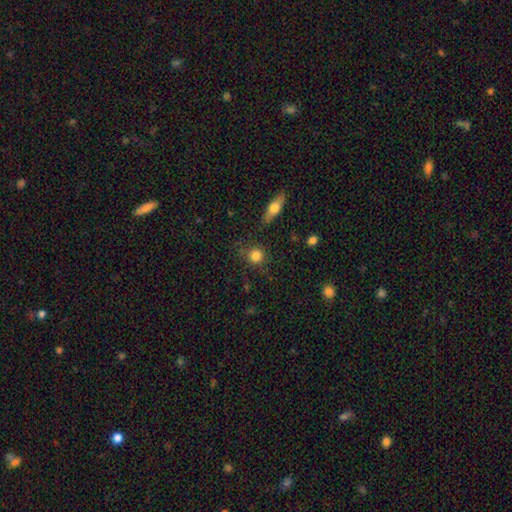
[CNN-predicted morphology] Smooth or featured? Predicted: smooth (p=0.82). How rounded? Predicted: round (p=0.90). Merging? Predicted: none (p=0.81).